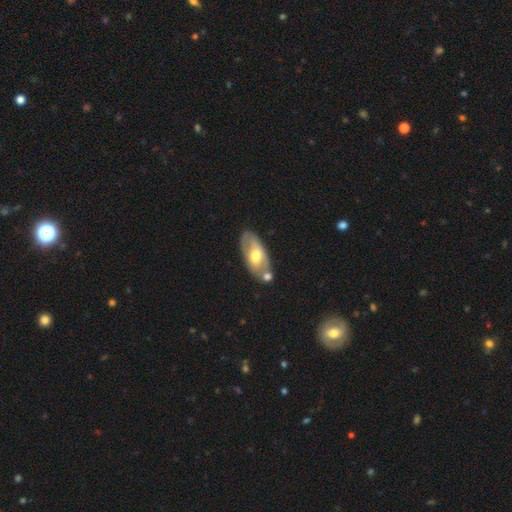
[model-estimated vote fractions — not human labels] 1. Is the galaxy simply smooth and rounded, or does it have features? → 52% featured or disk, 43% smooth, 5% star or artifact.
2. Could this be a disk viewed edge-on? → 83% no, 17% yes.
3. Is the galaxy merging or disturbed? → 60% none, 18% merger, 17% minor disturbance, 5% major disturbance.